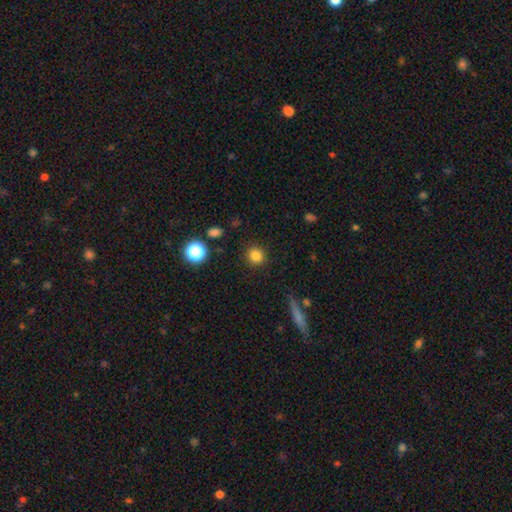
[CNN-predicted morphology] This is clearly a smooth galaxy (83%). How rounded: clearly round (92%). Merging: clearly none (90%).